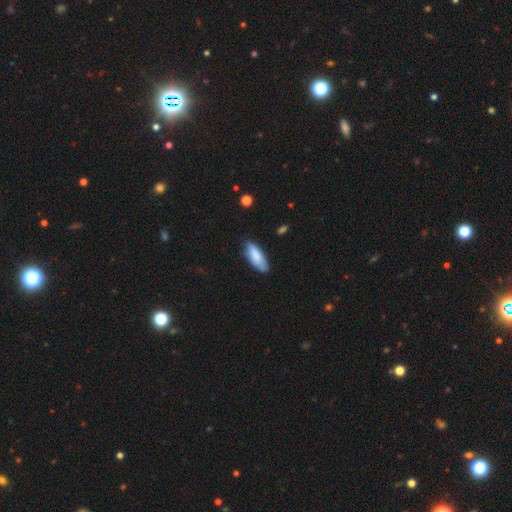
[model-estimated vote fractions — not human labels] The model was most divided on "how rounded": in between: 75%, cigar-shaped: 24%, round: 2%. More confident: smooth or featured — smooth (84%); merging — none (77%).